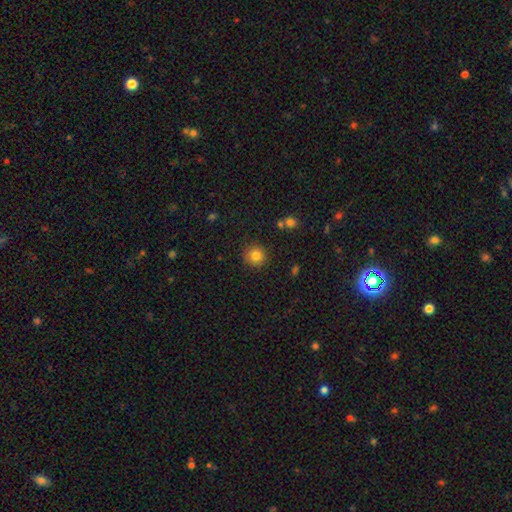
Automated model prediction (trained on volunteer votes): smooth_or_featured: smooth (p=0.81) [alt: star or artifact p=0.11]
how_rounded: round (p=0.93) [alt: in between p=0.06]
merging: none (p=0.89) [alt: minor disturbance p=0.07]